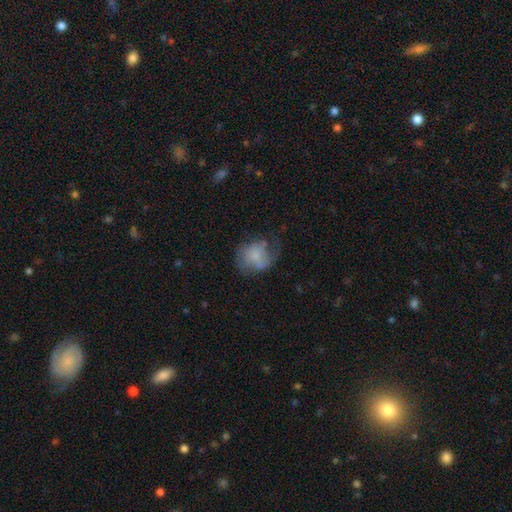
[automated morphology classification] smooth-or-featured: smooth: 53% | featured or disk: 39% | star or artifact: 8%
  how-rounded: round: 63% | in between: 36% | cigar-shaped: 1%
  merging: none: 38% | major disturbance: 31% | minor disturbance: 28% | merger: 3%